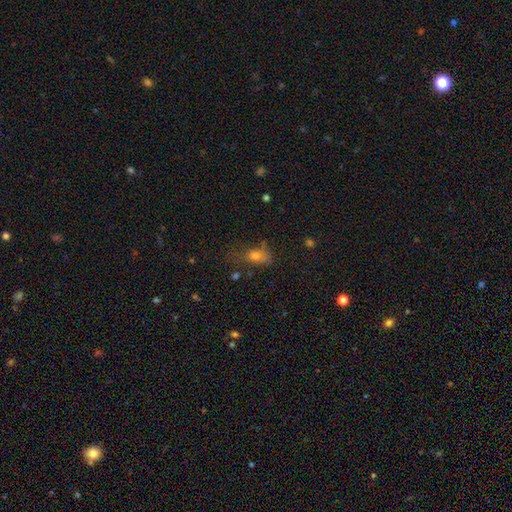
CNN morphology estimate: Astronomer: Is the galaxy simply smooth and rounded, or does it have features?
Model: smooth — 68%.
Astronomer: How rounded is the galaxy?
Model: in between — 75%.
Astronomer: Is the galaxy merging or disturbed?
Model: none — 44% (runner-up: minor disturbance, 27%).